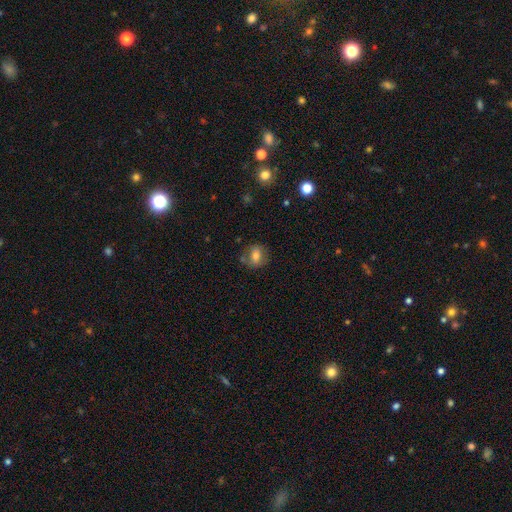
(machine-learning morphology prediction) A smooth galaxy with no disk features (66%) that is round (60%).

Vote fractions:
- Smooth or featured? smooth: 66% / featured or disk: 24% / star or artifact: 10%
- How rounded? round: 60% / in between: 38% / cigar-shaped: 1%
- Merging? none: 70% / minor disturbance: 18% / major disturbance: 7% / merger: 6%